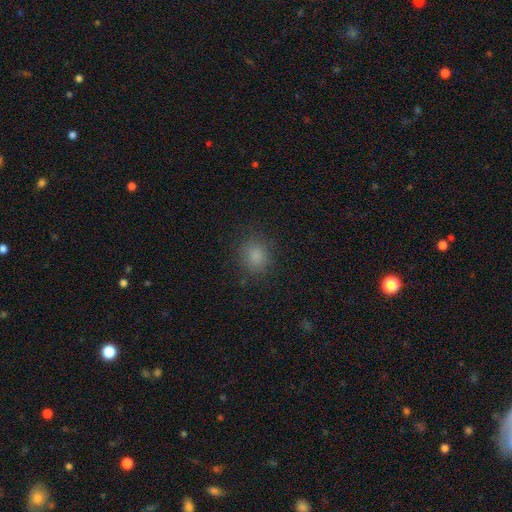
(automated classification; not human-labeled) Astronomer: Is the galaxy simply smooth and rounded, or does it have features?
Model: smooth — 82%.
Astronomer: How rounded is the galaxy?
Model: round — 72%.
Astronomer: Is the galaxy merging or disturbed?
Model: none — 85%.